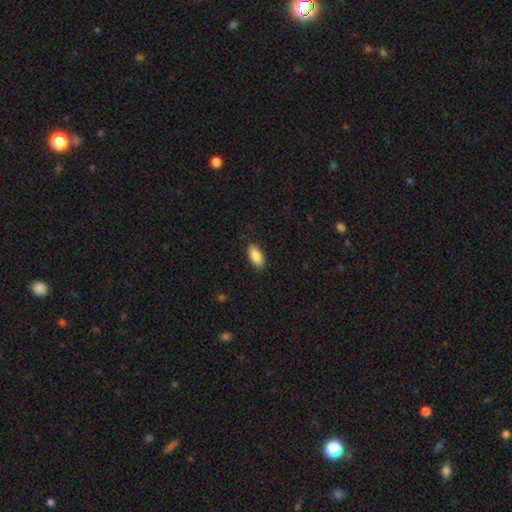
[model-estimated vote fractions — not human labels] A smooth galaxy with no disk features (85%) that is in between round and cigar-shaped (91%). Merging: none (87%).